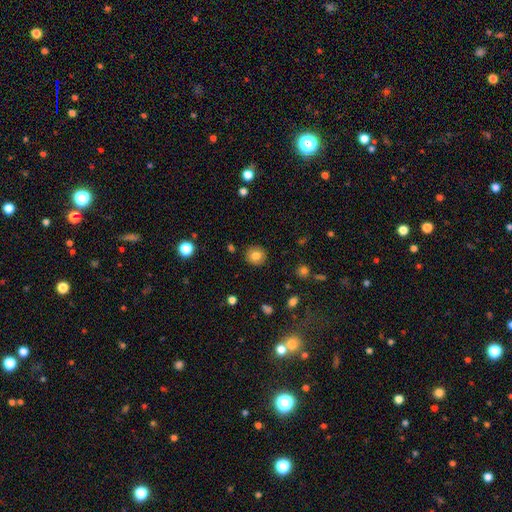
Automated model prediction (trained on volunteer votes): Smooth or featured? Predicted: smooth (p=0.82). How rounded? Predicted: round (p=0.90). Merging? Predicted: none (p=0.90).